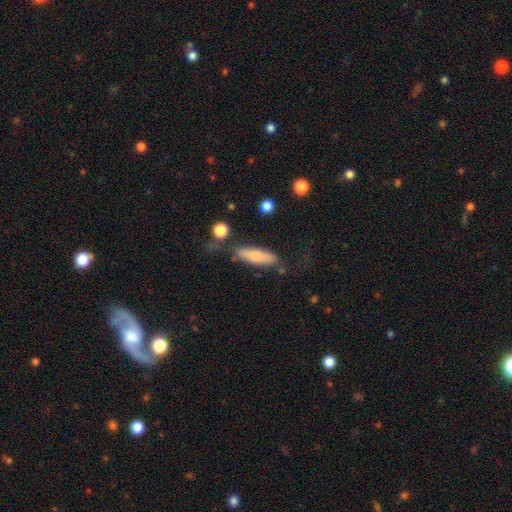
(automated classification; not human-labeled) Smooth or featured? smooth (78%)
How rounded? cigar-shaped (58%)
Merging? none (65%)